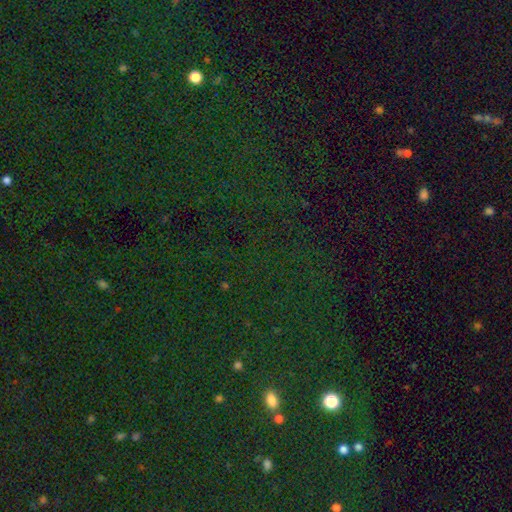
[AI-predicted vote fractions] Smooth or featured: star or artifact — 80% (smooth — 13%)